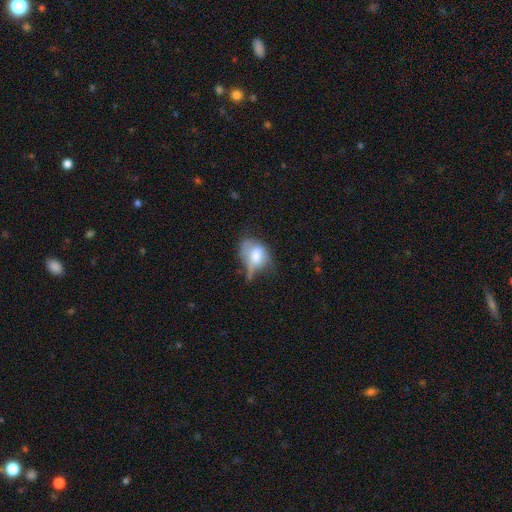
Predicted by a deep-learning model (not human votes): A smooth galaxy with no disk features (61%) that is in between round and cigar-shaped (72%). Merging: major disturbance (35%).